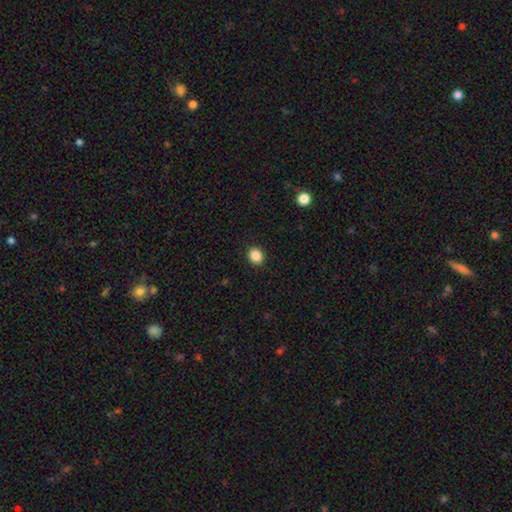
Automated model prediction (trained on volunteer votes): A smooth galaxy with no disk features (87%) that is round (70%).

Vote fractions:
- Smooth or featured? smooth: 87% / star or artifact: 10% / featured or disk: 3%
- How rounded? round: 70% / in between: 29% / cigar-shaped: 1%
- Merging? none: 91% / minor disturbance: 6% / major disturbance: 2% / merger: 1%